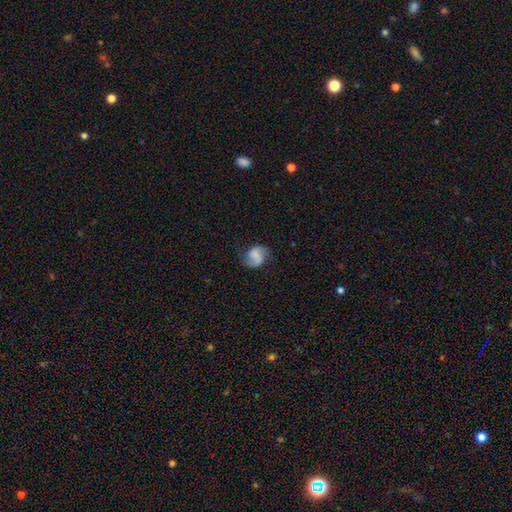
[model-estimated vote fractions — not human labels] Smooth or featured?
  - featured or disk: 65% *
  - smooth: 27%
  - star or artifact: 8%
Edge-on disk?
  - no: 98% *
  - yes: 2%
Bar?
  - weak: 44% *
  - no: 31%
  - strong: 26%
Spiral arms?
  - yes: 92% *
  - no: 8%
Spiral winding?
  - loose: 49% *
  - medium: 38%
  - tight: 12%
Spiral arm count?
  - 2: 85% *
  - 1: 9%
  - can't tell: 4%
  - 3: 1%
  - 4: 1%
  - more than 4: 1%
Bulge size?
  - none: 59% *
  - small: 19%
  - moderate: 13%
  - large: 7%
  - dominant: 2%
Merging?
  - none: 71% *
  - minor disturbance: 18%
  - major disturbance: 9%
  - merger: 2%